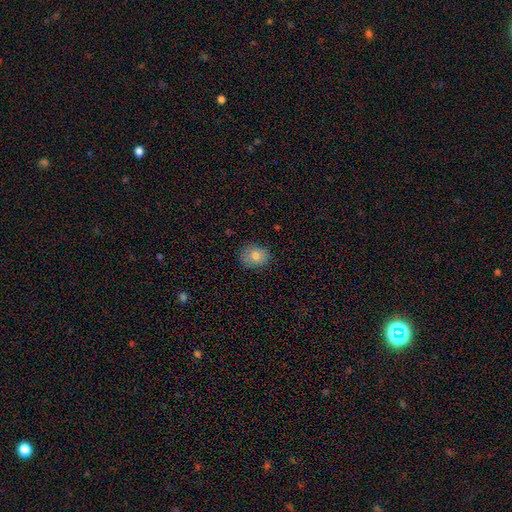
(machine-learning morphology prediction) smooth_or_featured: smooth (p=0.78) [alt: featured or disk p=0.12]
how_rounded: round (p=0.55) [alt: in between p=0.44]
merging: none (p=0.84) [alt: minor disturbance p=0.13]